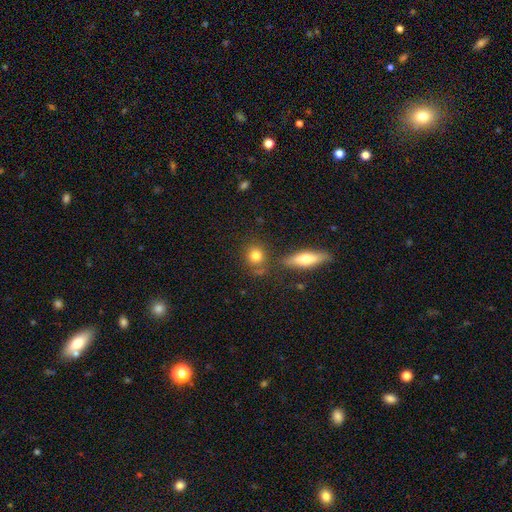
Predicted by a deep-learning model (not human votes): Smooth or featured: smooth — 79% (featured or disk — 11%)
How rounded: round — 77% (in between — 20%)
Merging: none — 74% (minor disturbance — 11%)